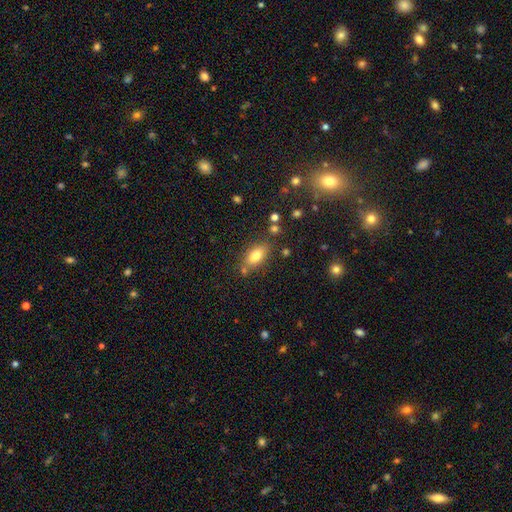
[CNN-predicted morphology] Smooth or featured? Predicted: smooth (p=0.78). How rounded? Predicted: in between (p=0.86). Merging? Predicted: none (p=0.73).